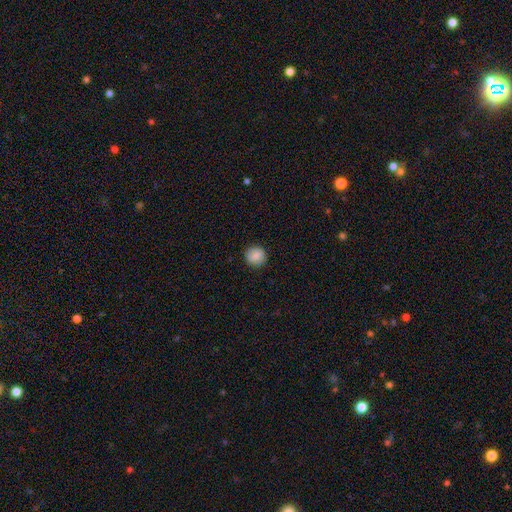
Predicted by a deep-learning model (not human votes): Smooth or featured: smooth — 87% (star or artifact — 8%)
How rounded: round — 94% (in between — 5%)
Merging: none — 90% (minor disturbance — 7%)